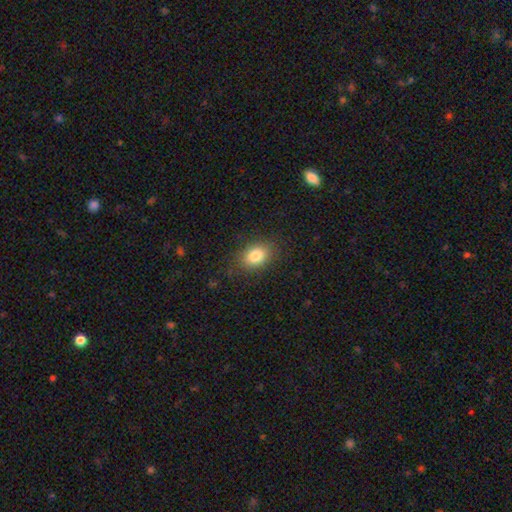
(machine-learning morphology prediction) type=smooth (83%); roundness=in between (71%); merging=none (85%).